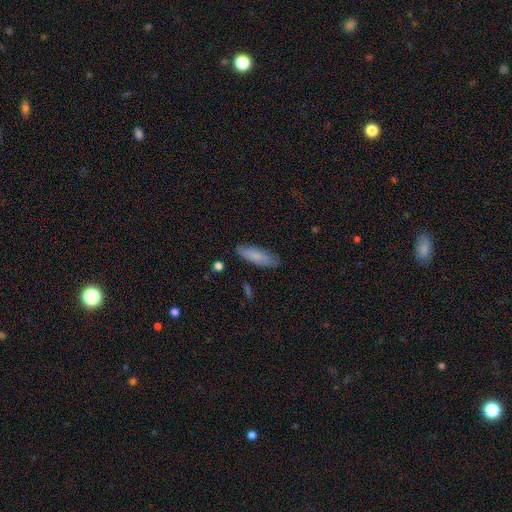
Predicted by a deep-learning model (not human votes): A smooth galaxy with no disk features (74%) that is in between round and cigar-shaped (56%).

Vote fractions:
- Smooth or featured? smooth: 74% / featured or disk: 19% / star or artifact: 7%
- How rounded? in between: 56% / cigar-shaped: 42% / round: 2%
- Merging? none: 81% / minor disturbance: 14% / major disturbance: 3% / merger: 1%